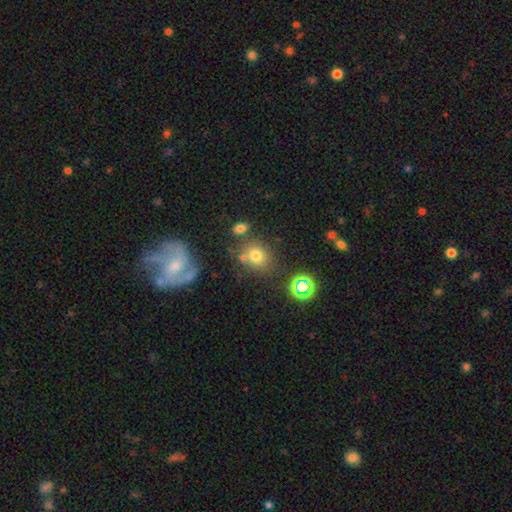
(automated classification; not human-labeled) Morphology: type=smooth (69%); roundness=round (62%); merging=none (66%).